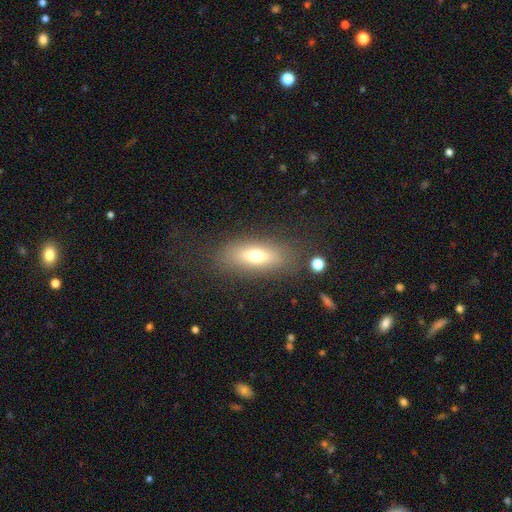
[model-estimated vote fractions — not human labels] smooth-or-featured: smooth: 66% | featured or disk: 24% | star or artifact: 9%
  how-rounded: in between: 68% | cigar-shaped: 28% | round: 4%
  merging: none: 79% | minor disturbance: 12% | major disturbance: 6% | merger: 2%